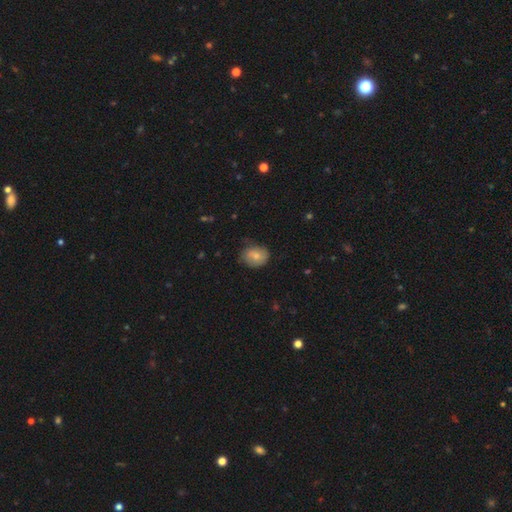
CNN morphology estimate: smooth_or_featured: smooth (p=0.71) [alt: featured or disk p=0.22]
how_rounded: in between (p=0.50) [alt: round p=0.49]
merging: none (p=0.64) [alt: minor disturbance p=0.28]